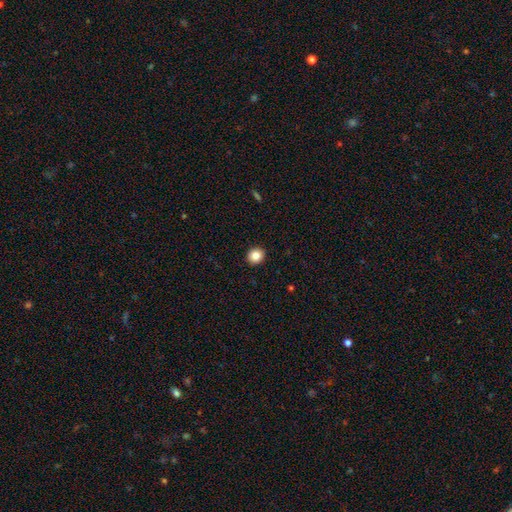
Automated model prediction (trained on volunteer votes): Smooth or featured? Predicted: smooth (p=0.84). How rounded? Predicted: round (p=0.81). Merging? Predicted: none (p=0.93).